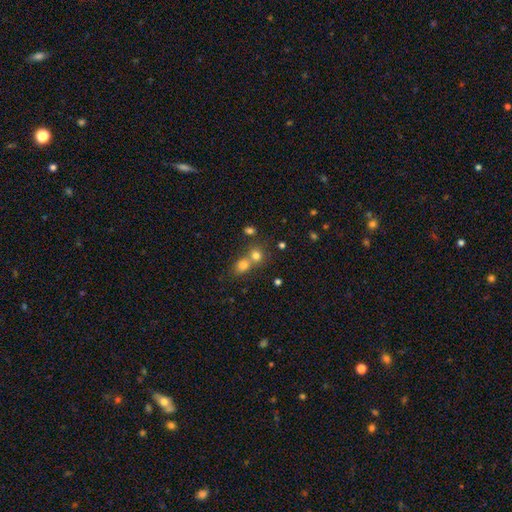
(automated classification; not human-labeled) smooth-or-featured: smooth: 59% | star or artifact: 26% | featured or disk: 15%
  how-rounded: round: 77% | in between: 21% | cigar-shaped: 2%
  merging: merger: 48% | none: 42% | minor disturbance: 6% | major disturbance: 3%